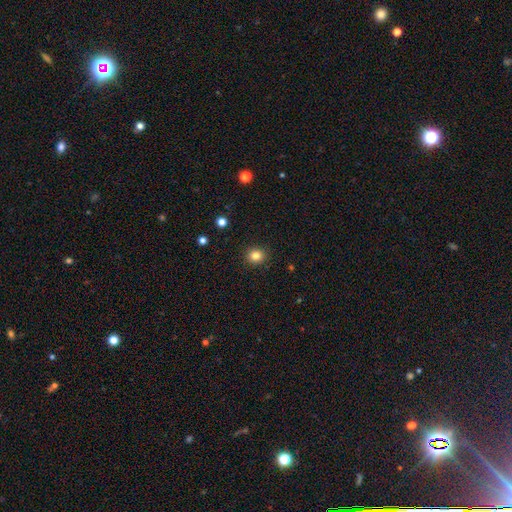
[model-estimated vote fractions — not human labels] Overall: smooth (83%). How rounded: round (85%). Merging: none (91%).